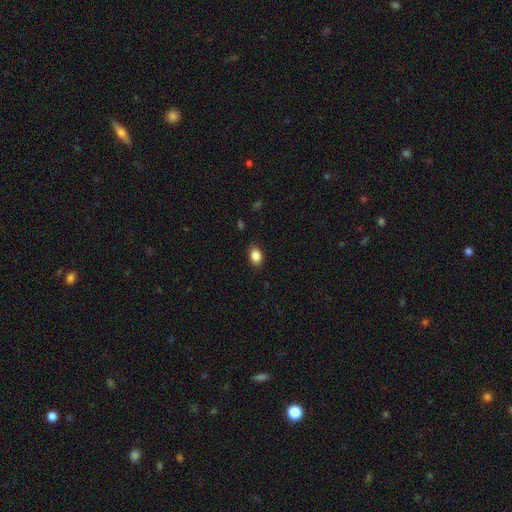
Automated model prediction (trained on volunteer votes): Morphology: type=smooth (86%); roundness=in between (75%); merging=none (86%).